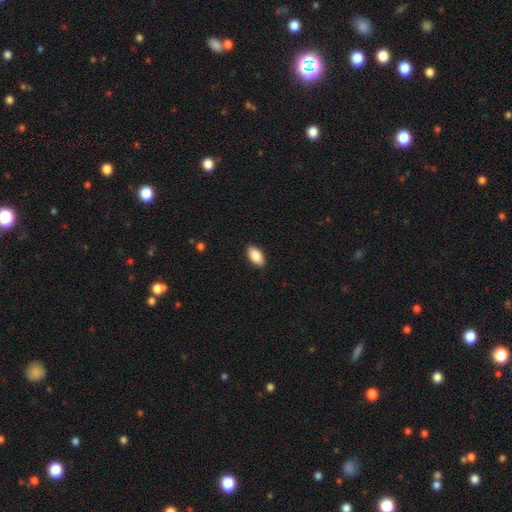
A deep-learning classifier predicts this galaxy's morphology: Smooth or featured?
  - smooth: 87% *
  - star or artifact: 6%
  - featured or disk: 6%
How rounded?
  - in between: 93% *
  - cigar-shaped: 4%
  - round: 3%
Merging?
  - none: 90% *
  - minor disturbance: 8%
  - major disturbance: 2%
  - merger: 1%